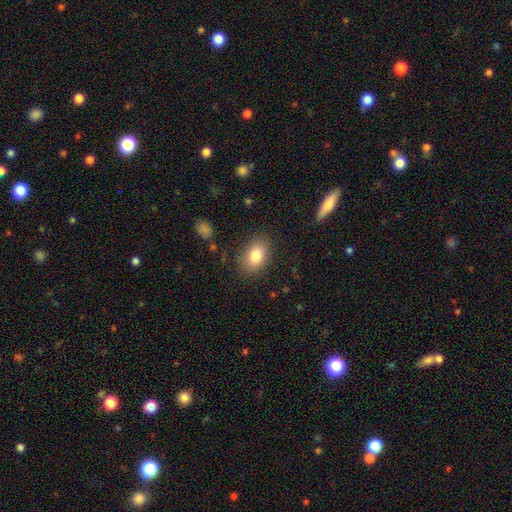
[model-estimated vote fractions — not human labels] Smooth or featured?
  - smooth: 83% *
  - featured or disk: 9%
  - star or artifact: 8%
How rounded?
  - in between: 85% *
  - round: 13%
  - cigar-shaped: 1%
Merging?
  - none: 84% *
  - minor disturbance: 11%
  - major disturbance: 4%
  - merger: 1%